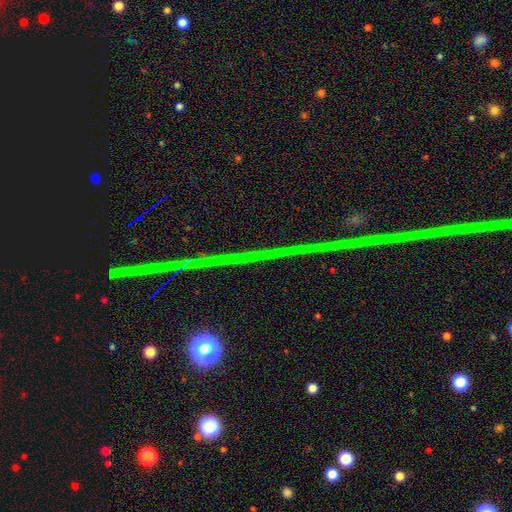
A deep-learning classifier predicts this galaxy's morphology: Q: Smooth or featured?
A: star or artifact (85%); runner-up: featured or disk (9%)